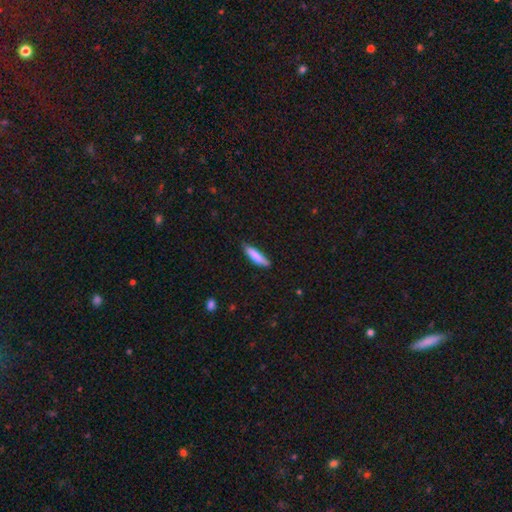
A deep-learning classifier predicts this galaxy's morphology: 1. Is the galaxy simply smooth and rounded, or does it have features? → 82% smooth, 12% featured or disk, 6% star or artifact.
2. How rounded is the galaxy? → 75% cigar-shaped, 23% in between, 1% round.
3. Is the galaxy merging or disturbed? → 80% none, 16% minor disturbance, 2% major disturbance, 1% merger.